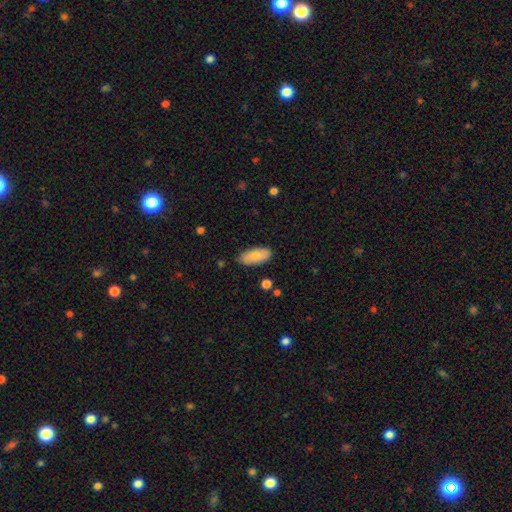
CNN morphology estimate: This appears to be a smooth galaxy with no disk features (79%) that is in between round and cigar-shaped (89%). Merging: none (83%).